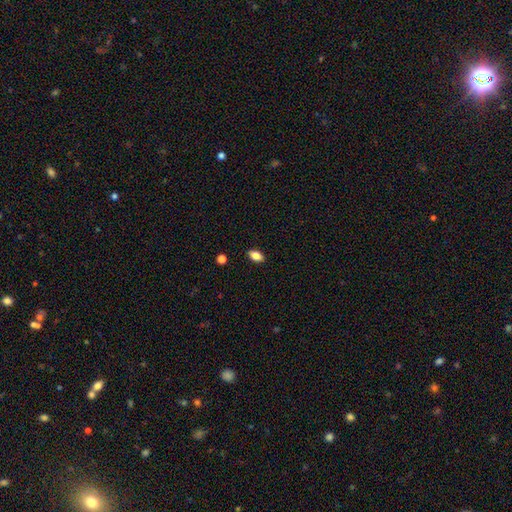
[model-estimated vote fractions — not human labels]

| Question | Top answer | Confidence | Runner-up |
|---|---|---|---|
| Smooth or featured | smooth | 84% | star or artifact (9%) |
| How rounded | in between | 89% | round (7%) |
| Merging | none | 88% | minor disturbance (9%) |